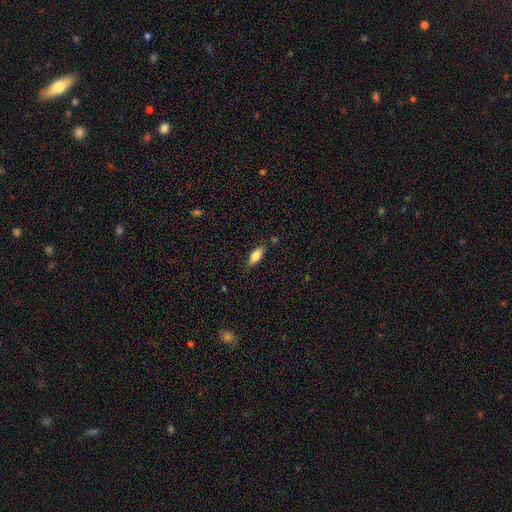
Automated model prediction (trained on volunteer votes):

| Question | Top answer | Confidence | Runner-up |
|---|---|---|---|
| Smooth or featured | smooth | 81% | featured or disk (12%) |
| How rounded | in between | 80% | cigar-shaped (18%) |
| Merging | none | 78% | minor disturbance (16%) |